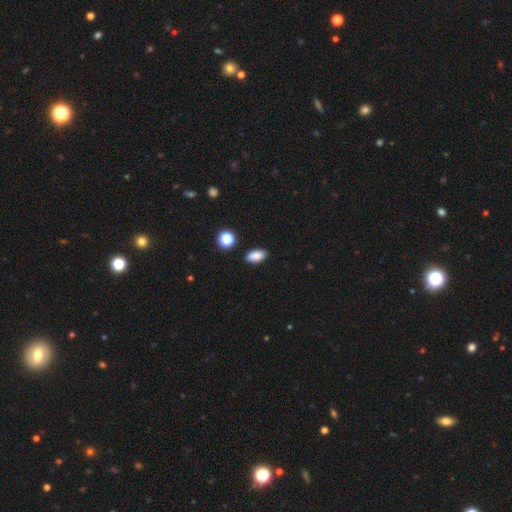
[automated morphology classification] smooth-or-featured: smooth: 86% | star or artifact: 10% | featured or disk: 4%
  how-rounded: in between: 90% | round: 6% | cigar-shaped: 4%
  merging: none: 87% | minor disturbance: 8% | merger: 2% | major disturbance: 2%